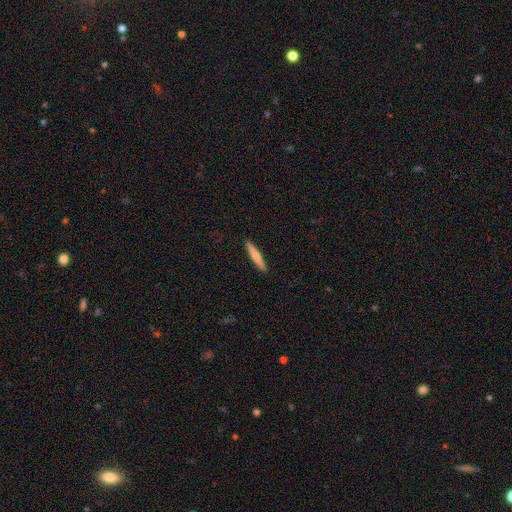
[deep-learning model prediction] Smooth or featured? Predicted: smooth (p=0.62). How rounded? Predicted: cigar-shaped (p=0.94). Merging? Predicted: none (p=0.92).